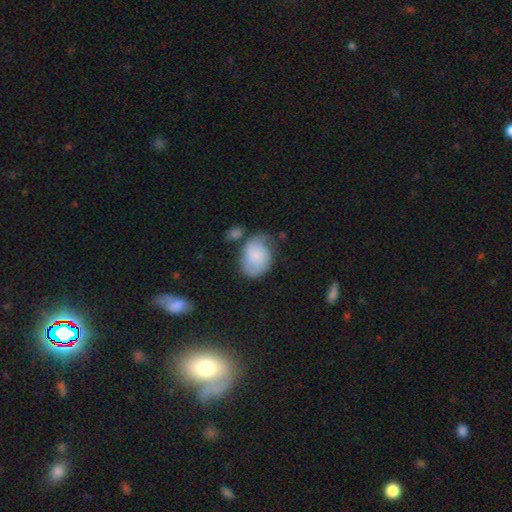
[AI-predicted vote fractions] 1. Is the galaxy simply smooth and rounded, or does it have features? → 55% smooth, 37% featured or disk, 8% star or artifact.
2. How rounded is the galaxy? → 59% in between, 40% round, 1% cigar-shaped.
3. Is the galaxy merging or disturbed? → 45% none, 30% minor disturbance, 13% major disturbance, 12% merger.